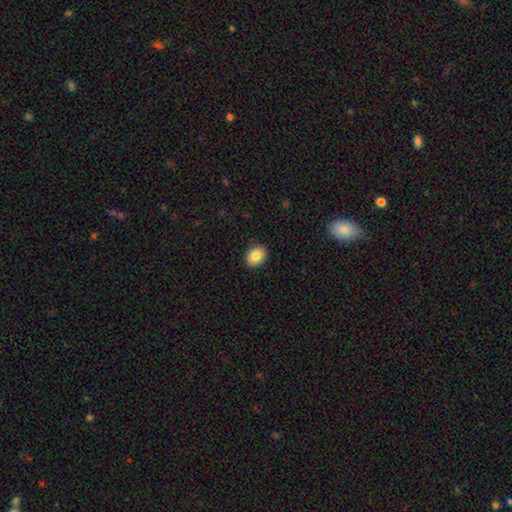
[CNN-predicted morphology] Q: Smooth or featured?
A: smooth (85%); runner-up: star or artifact (8%)
Q: How rounded?
A: in between (59%); runner-up: round (40%)
Q: Merging?
A: none (90%); runner-up: minor disturbance (7%)